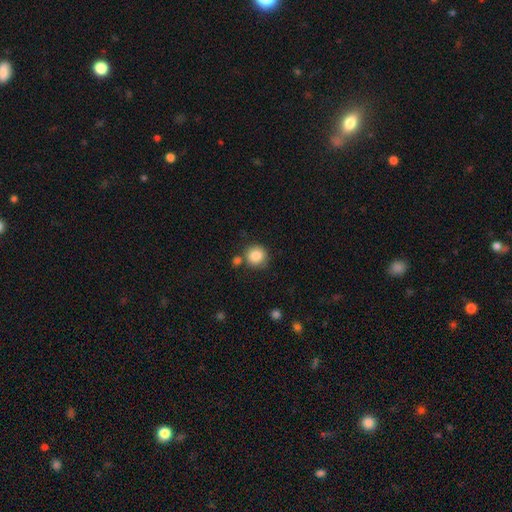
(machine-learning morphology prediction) Smooth or featured?
  - smooth: 85% *
  - star or artifact: 9%
  - featured or disk: 6%
How rounded?
  - round: 92% *
  - in between: 7%
  - cigar-shaped: 1%
Merging?
  - none: 75% *
  - merger: 12%
  - minor disturbance: 11%
  - major disturbance: 3%